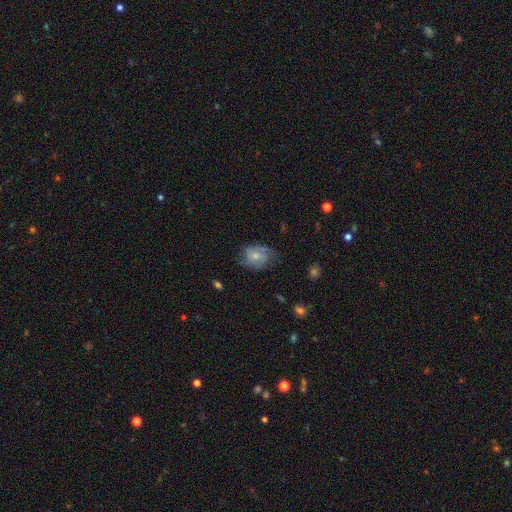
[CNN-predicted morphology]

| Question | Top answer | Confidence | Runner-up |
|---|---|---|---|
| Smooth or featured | featured or disk | 57% | smooth (36%) |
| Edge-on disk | no | 97% | yes (3%) |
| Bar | no | 67% | weak (29%) |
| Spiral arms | yes | 83% | no (17%) |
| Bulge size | small | 49% | moderate (40%) |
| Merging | none | 56% | minor disturbance (27%) |